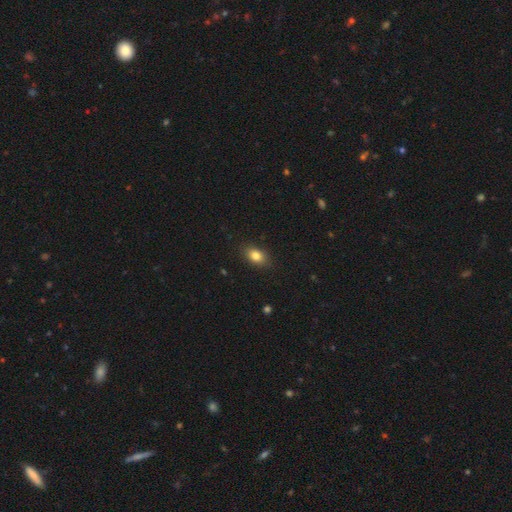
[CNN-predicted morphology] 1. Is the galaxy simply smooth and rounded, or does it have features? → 83% smooth, 9% star or artifact, 8% featured or disk.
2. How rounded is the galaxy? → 81% in between, 16% round, 3% cigar-shaped.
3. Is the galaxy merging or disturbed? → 85% none, 11% minor disturbance, 3% major disturbance, 1% merger.